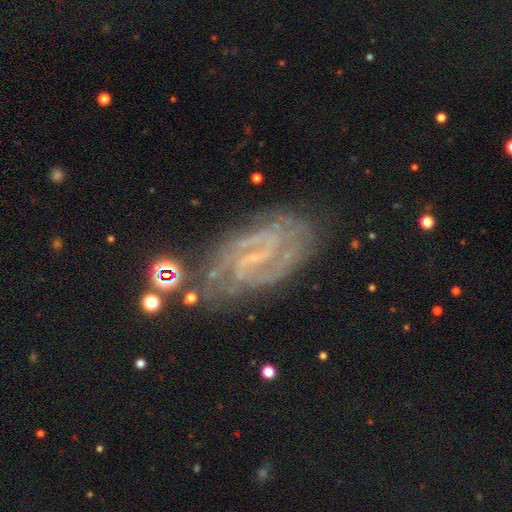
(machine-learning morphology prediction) type=featured or disk (83%); edge-on=no (96%); bar=weak (46%); spiral arms=yes (94%); winding=tight (48%); arm count=2 (61%); bulge=small (53%); merging=none (70%).